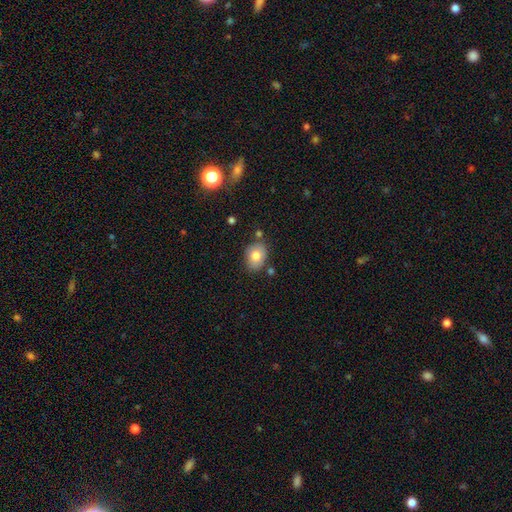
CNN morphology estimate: Smooth or featured?
  - smooth: 78% *
  - featured or disk: 13%
  - star or artifact: 9%
How rounded?
  - in between: 66% *
  - round: 33%
  - cigar-shaped: 1%
Merging?
  - none: 77% *
  - minor disturbance: 14%
  - merger: 6%
  - major disturbance: 3%